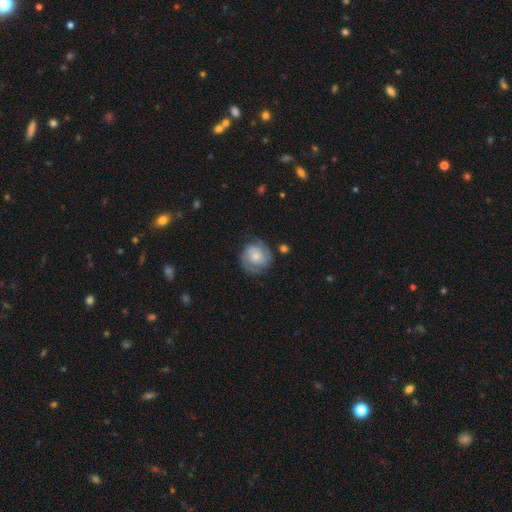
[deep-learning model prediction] Overall: featured or disk (49%; smooth 44%). Merging: none (68%).